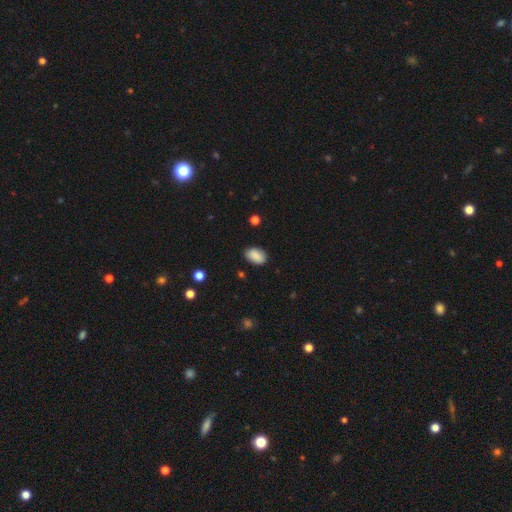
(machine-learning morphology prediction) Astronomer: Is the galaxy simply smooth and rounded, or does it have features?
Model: smooth — 88%.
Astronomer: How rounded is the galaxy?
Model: in between — 90%.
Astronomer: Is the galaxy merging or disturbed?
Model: none — 85%.